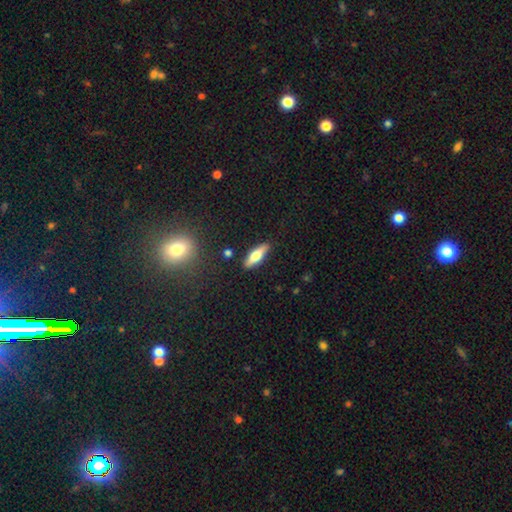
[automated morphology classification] A smooth galaxy with no disk features (57%) that is cigar-shaped (54%).

Vote fractions:
- Smooth or featured? smooth: 57% / featured or disk: 36% / star or artifact: 6%
- How rounded? cigar-shaped: 54% / in between: 43% / round: 2%
- Merging? none: 87% / minor disturbance: 9% / major disturbance: 2% / merger: 2%